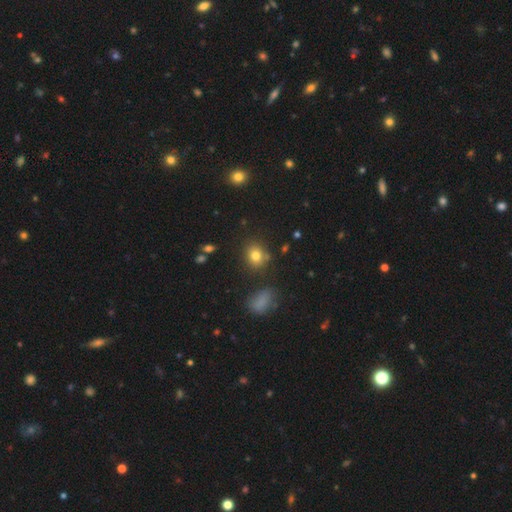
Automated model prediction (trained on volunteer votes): This is likely a smooth galaxy (79%). How rounded: likely round (67%). Merging: likely none (77%).